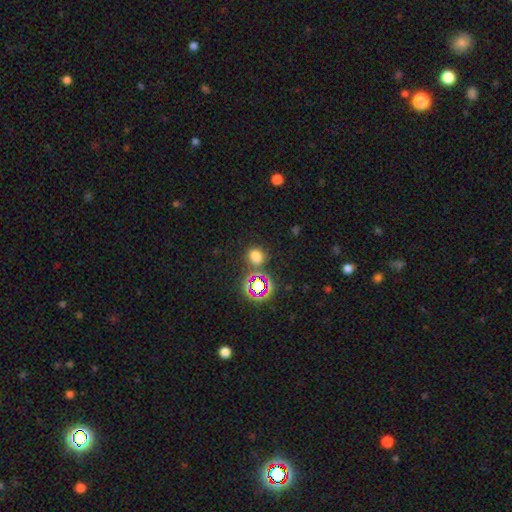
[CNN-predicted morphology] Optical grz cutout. It shows a smooth galaxy with no disk features (67%) that is round (67%). Merging: none (76%).